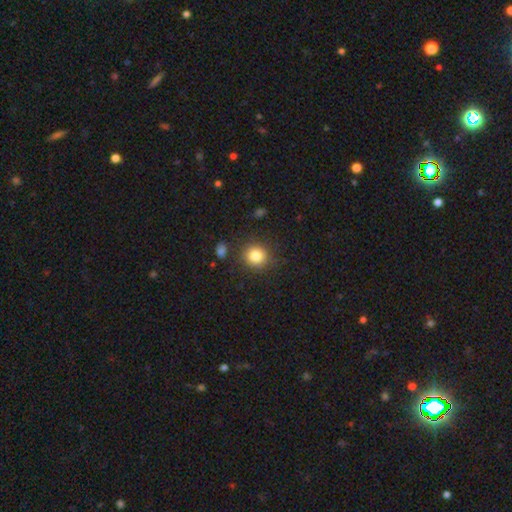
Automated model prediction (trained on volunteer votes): smooth-or-featured: smooth: 83% | star or artifact: 11% | featured or disk: 6%
  how-rounded: round: 88% | in between: 11% | cigar-shaped: 1%
  merging: none: 86% | minor disturbance: 9% | major disturbance: 3% | merger: 3%